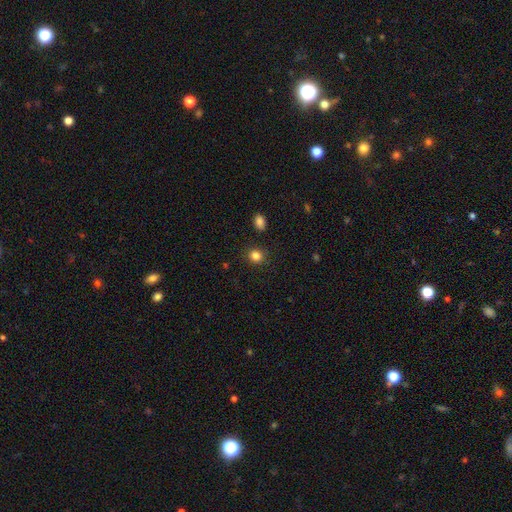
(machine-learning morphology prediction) The model was most divided on "how rounded": round: 84%, in between: 15%, cigar-shaped: 1%. More confident: merging — none (88%); smooth or featured — smooth (84%).